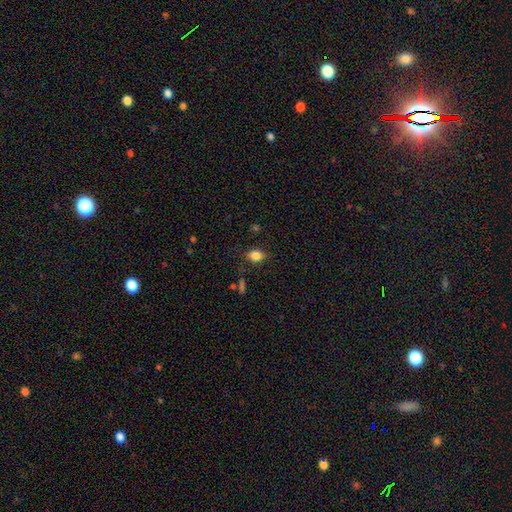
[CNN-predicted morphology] Smooth or featured? smooth (83%)
How rounded? in between (62%)
Merging? none (75%)